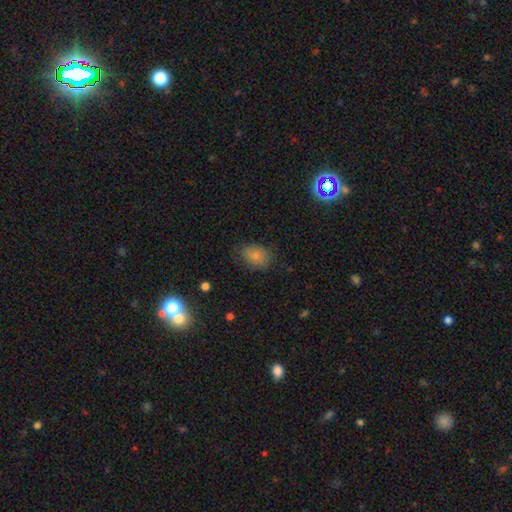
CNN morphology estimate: Overall: smooth (82%). How rounded: in between (67%; round 32%). Merging: none (76%).